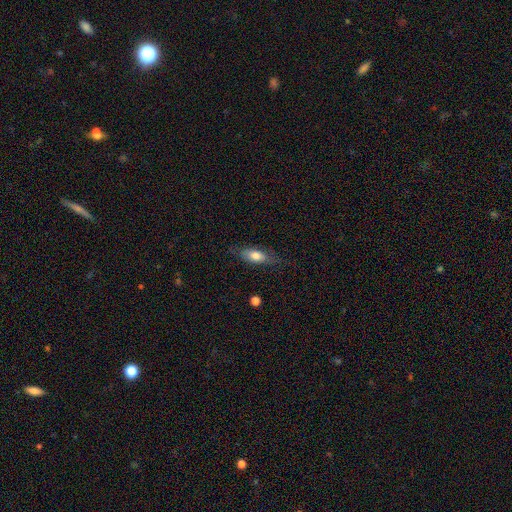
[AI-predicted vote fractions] This is likely a smooth galaxy (69%). How rounded: likely in between (70%). Merging: likely none (73%).